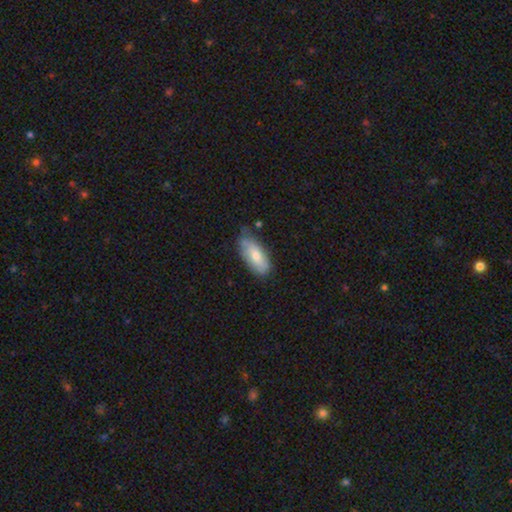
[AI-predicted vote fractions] A smooth galaxy with no disk features (71%) that is in between round and cigar-shaped (86%).

Vote fractions:
- Smooth or featured? smooth: 71% / featured or disk: 23% / star or artifact: 6%
- How rounded? in between: 86% / cigar-shaped: 12% / round: 2%
- Merging? none: 64% / minor disturbance: 29% / major disturbance: 5% / merger: 2%